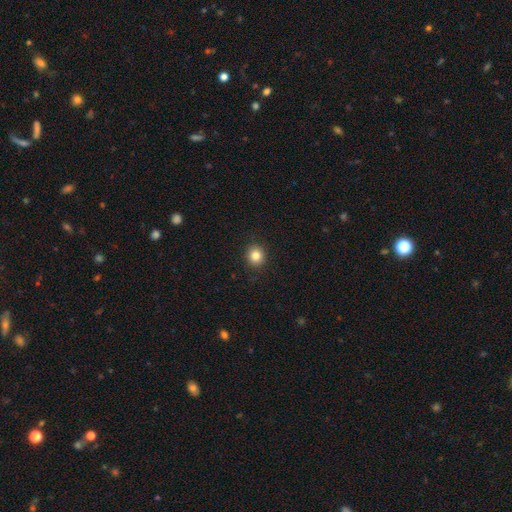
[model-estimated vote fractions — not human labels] Smooth or featured? smooth (83%)
How rounded? round (87%)
Merging? none (91%)